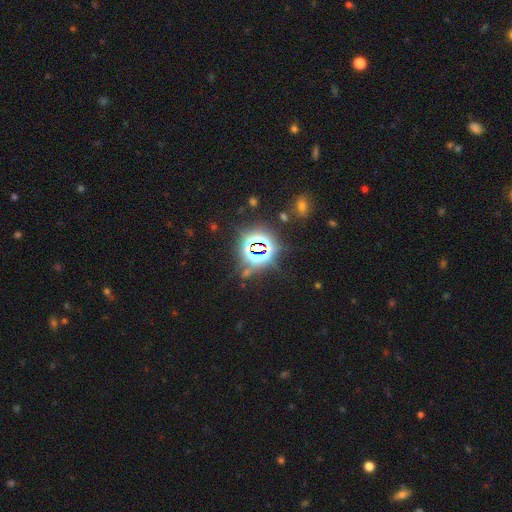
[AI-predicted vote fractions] Smooth or featured?
  - star or artifact: 80% *
  - smooth: 13%
  - featured or disk: 8%